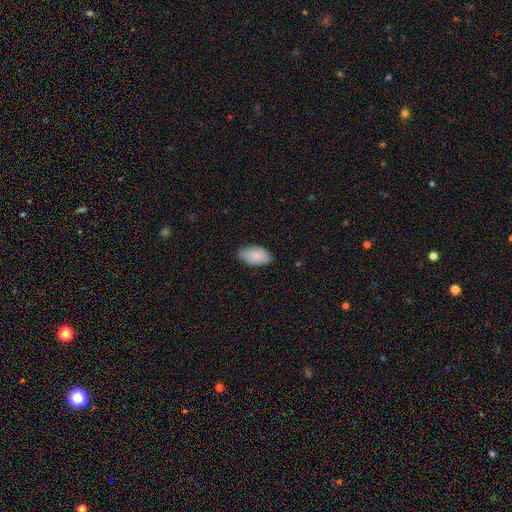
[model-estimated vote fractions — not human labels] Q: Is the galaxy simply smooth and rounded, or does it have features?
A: smooth — 84%.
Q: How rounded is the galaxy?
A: in between — 94%.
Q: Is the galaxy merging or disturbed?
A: none — 69%.